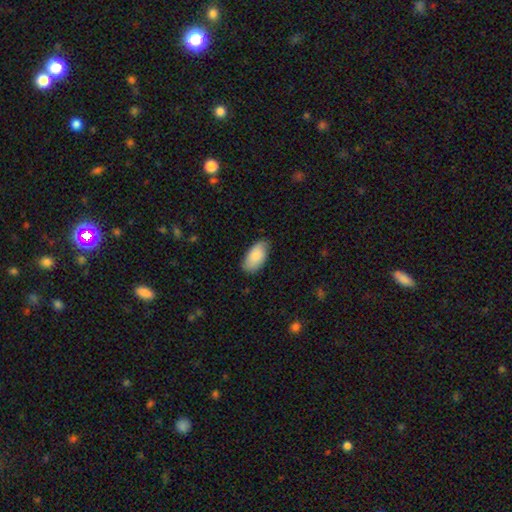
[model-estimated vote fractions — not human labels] This is clearly a smooth galaxy (81%). How rounded: clearly in between (95%). Merging: likely none (77%).